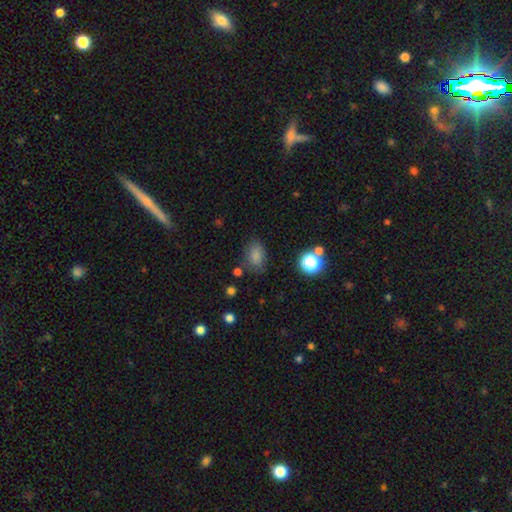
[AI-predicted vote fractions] Smooth or featured: smooth — 80% (star or artifact — 14%)
How rounded: in between — 78% (round — 21%)
Merging: none — 72% (minor disturbance — 18%)